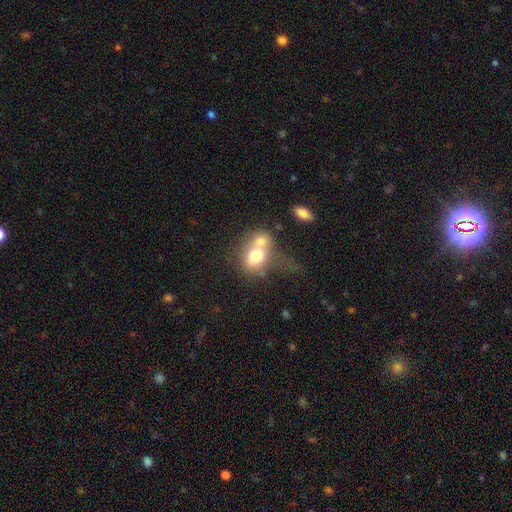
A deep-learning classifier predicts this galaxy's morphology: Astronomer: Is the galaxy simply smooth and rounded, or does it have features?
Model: smooth — 71%.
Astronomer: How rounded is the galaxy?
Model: in between — 61% (runner-up: round, 38%).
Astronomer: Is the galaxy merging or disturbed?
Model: merger — 63%.